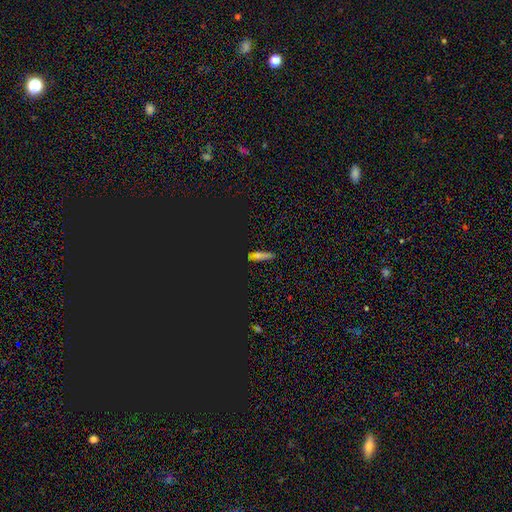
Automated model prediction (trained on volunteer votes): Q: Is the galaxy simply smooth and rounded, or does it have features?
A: star or artifact — 49%.